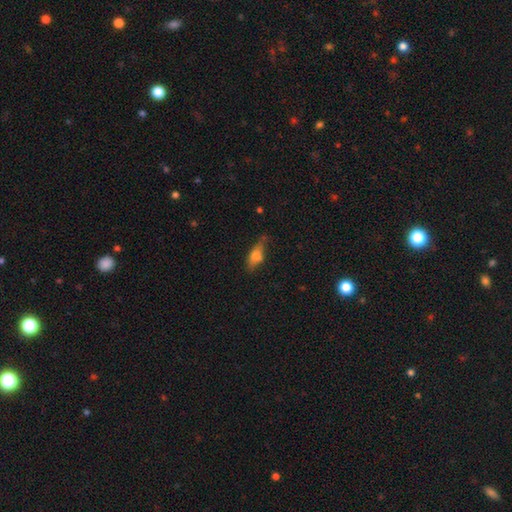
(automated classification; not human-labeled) Smooth or featured? Predicted: smooth (p=0.68). How rounded? Predicted: in between (p=0.70). Merging? Predicted: none (p=0.54).